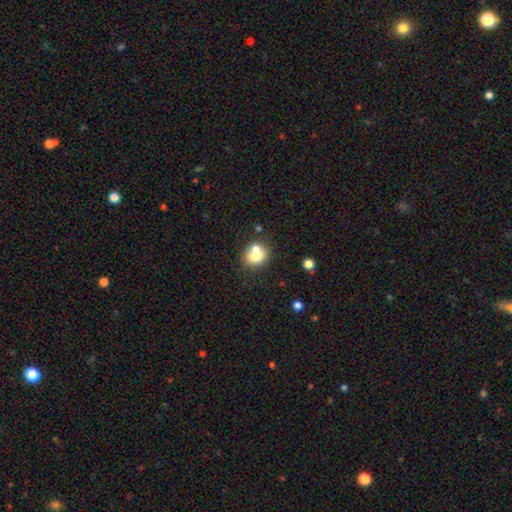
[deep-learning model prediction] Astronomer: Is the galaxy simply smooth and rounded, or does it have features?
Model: smooth — 72%.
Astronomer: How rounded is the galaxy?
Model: round — 68%.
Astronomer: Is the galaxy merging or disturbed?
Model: none — 48% (runner-up: merger, 38%).